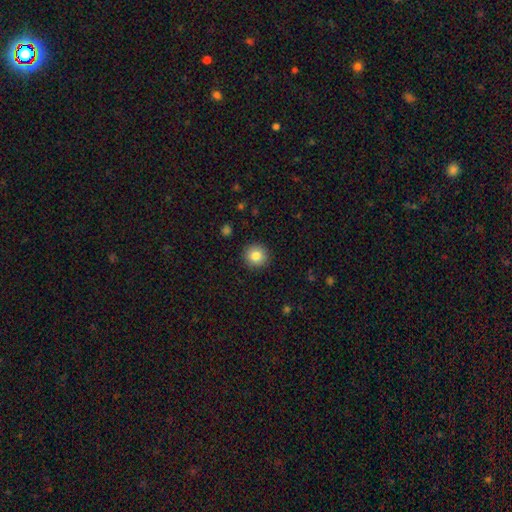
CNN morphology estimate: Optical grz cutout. It shows a smooth galaxy with no disk features (83%) that is round (93%). Merging: none (91%).